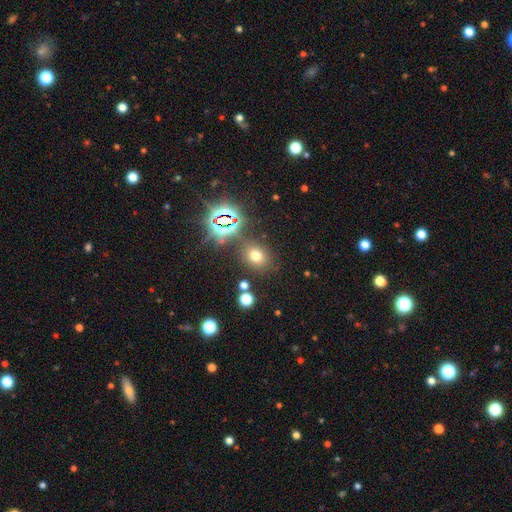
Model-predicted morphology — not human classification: smooth-or-featured: smooth: 62% | star or artifact: 29% | featured or disk: 9%
  how-rounded: round: 64% | in between: 35% | cigar-shaped: 1%
  merging: none: 80% | minor disturbance: 10% | merger: 6% | major disturbance: 4%